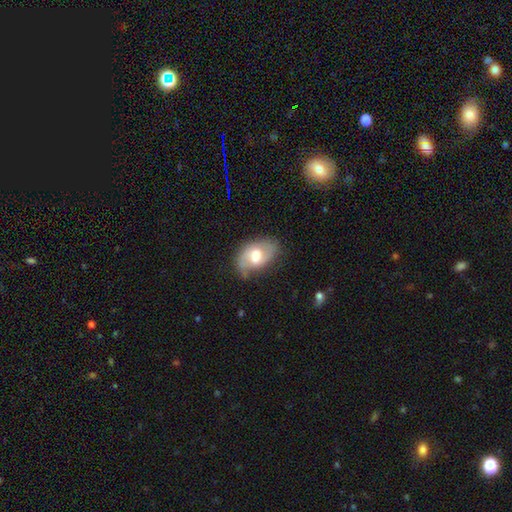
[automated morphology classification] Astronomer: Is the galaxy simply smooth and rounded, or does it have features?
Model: featured or disk — 59% (runner-up: smooth, 35%).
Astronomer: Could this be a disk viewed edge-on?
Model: no — 95%.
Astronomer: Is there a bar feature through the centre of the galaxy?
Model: weak — 53% (runner-up: no, 33%).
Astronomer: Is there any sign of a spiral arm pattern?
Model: yes — 79%.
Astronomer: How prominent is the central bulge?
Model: moderate — 52% (runner-up: large, 34%).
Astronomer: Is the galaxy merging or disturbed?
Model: none — 65%.